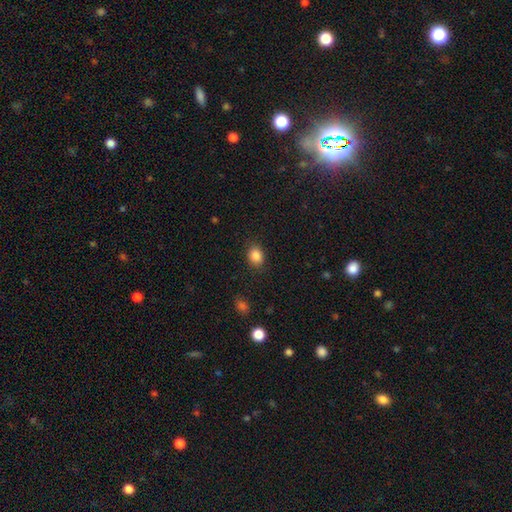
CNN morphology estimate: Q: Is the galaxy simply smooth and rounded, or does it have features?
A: smooth — 86%.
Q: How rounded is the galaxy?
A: in between — 59%.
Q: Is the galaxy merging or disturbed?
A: none — 85%.